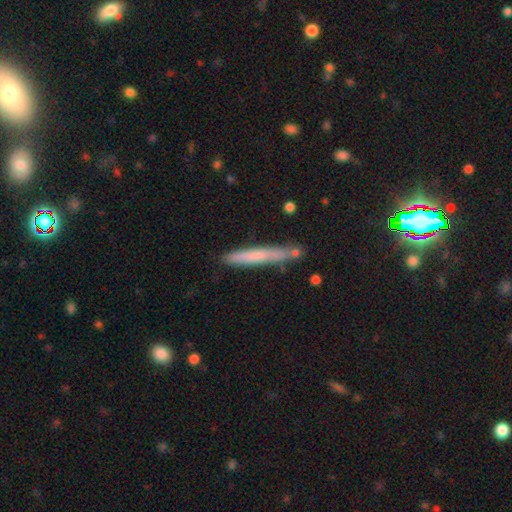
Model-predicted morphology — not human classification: The model was most divided on "smooth or featured": smooth: 63%, featured or disk: 29%, star or artifact: 7%. More confident: how rounded — cigar-shaped (96%); merging — none (78%).